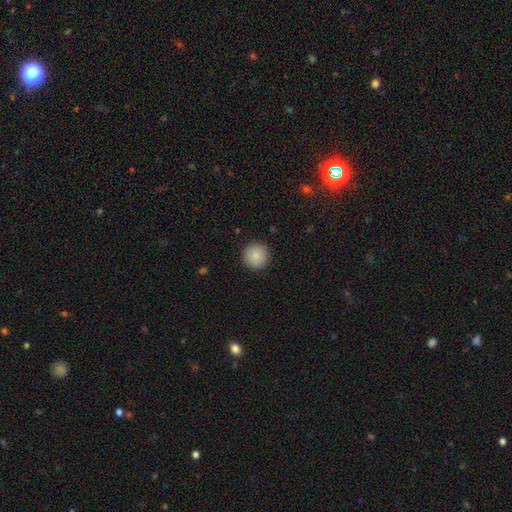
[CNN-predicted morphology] smooth 86%, star or artifact 8%, featured or disk 6%. Down the decision tree: how rounded — round (96%); merging — none (92%).